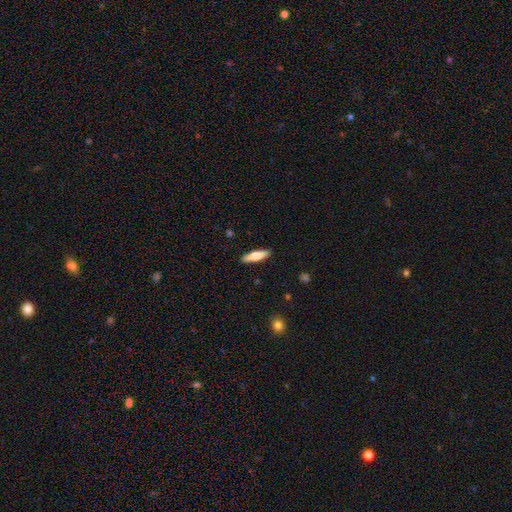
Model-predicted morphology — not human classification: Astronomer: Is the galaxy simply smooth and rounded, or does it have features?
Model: smooth — 61%.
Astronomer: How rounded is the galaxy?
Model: cigar-shaped — 62%.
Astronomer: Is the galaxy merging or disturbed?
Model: none — 90%.